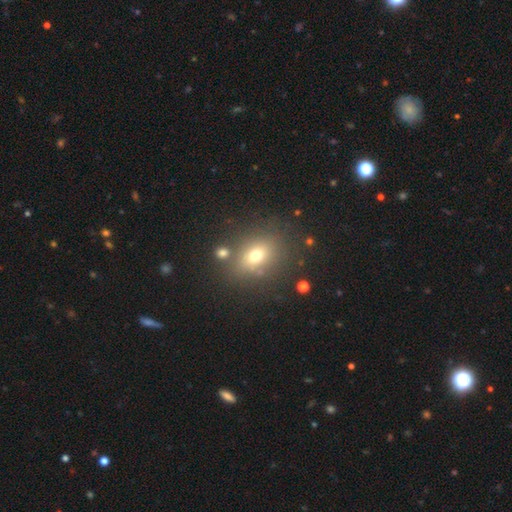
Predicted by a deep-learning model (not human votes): This appears to be a smooth galaxy with no disk features (68%) that is in between round and cigar-shaped (58%). Merging: none (74%).